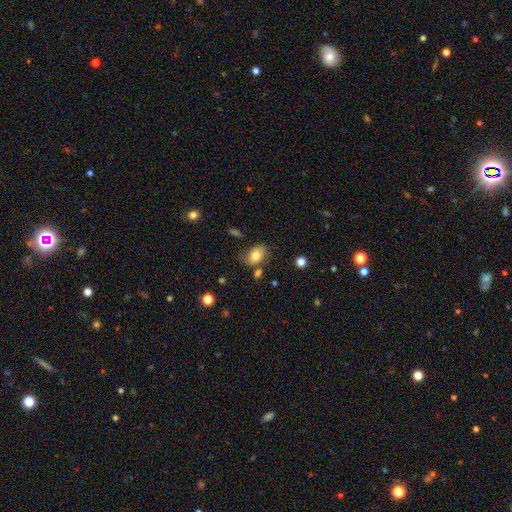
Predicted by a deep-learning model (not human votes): This appears to be a smooth galaxy with no disk features (78%) that is in between round and cigar-shaped (82%). Merging: none (67%).